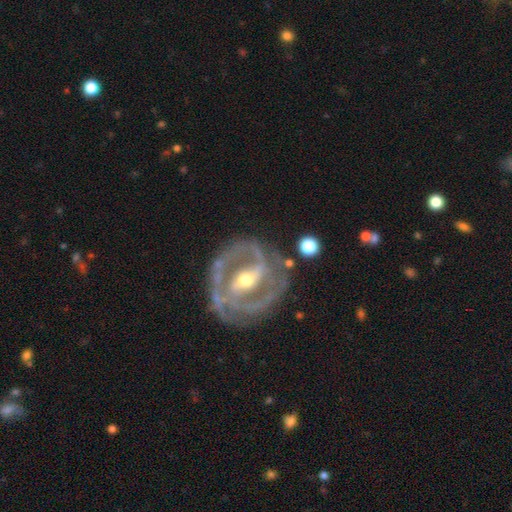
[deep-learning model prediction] featured or disk 90%, star or artifact 5%, smooth 5%. Down the decision tree: edge-on disk — no (96%); bar — strong (63%); spiral arms — yes (95%); spiral arm count — 2 (68%); spiral winding — tight (59%); bulge size — moderate (56%); merging — none (75%).